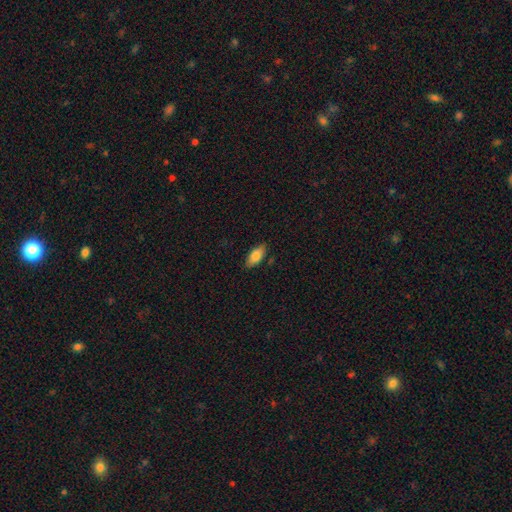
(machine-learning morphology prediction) Smooth or featured?
  - smooth: 81% *
  - featured or disk: 12%
  - star or artifact: 7%
How rounded?
  - in between: 86% *
  - cigar-shaped: 12%
  - round: 2%
Merging?
  - none: 85% *
  - minor disturbance: 11%
  - major disturbance: 2%
  - merger: 1%